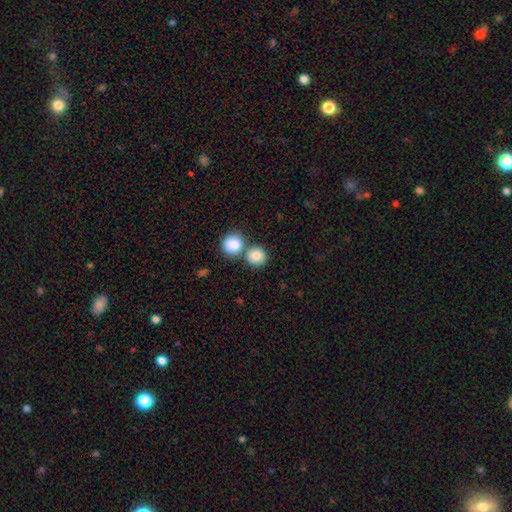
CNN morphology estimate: A smooth galaxy with no disk features (86%) that is round (86%).

Vote fractions:
- Smooth or featured? smooth: 86% / star or artifact: 8% / featured or disk: 7%
- How rounded? round: 86% / in between: 13% / cigar-shaped: 1%
- Merging? none: 52% / merger: 36% / minor disturbance: 8% / major disturbance: 3%